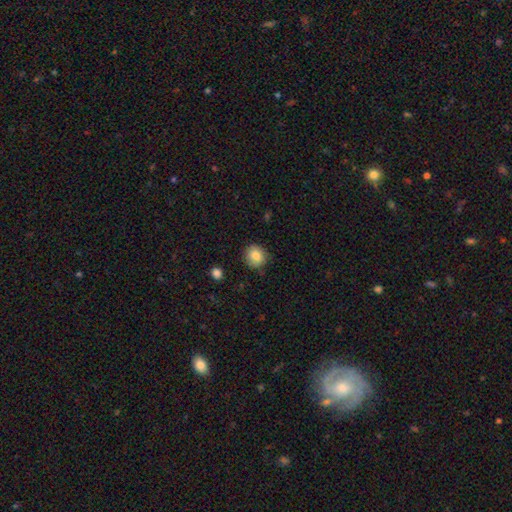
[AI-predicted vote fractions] Morphology: type=smooth (84%); roundness=round (85%); merging=none (85%).